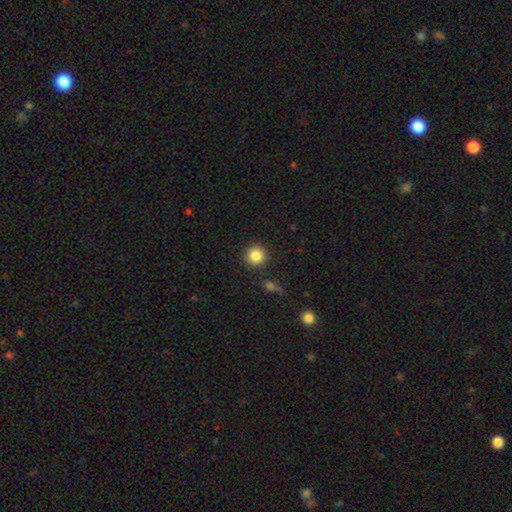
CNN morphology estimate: type=smooth (85%); roundness=round (94%); merging=none (89%).